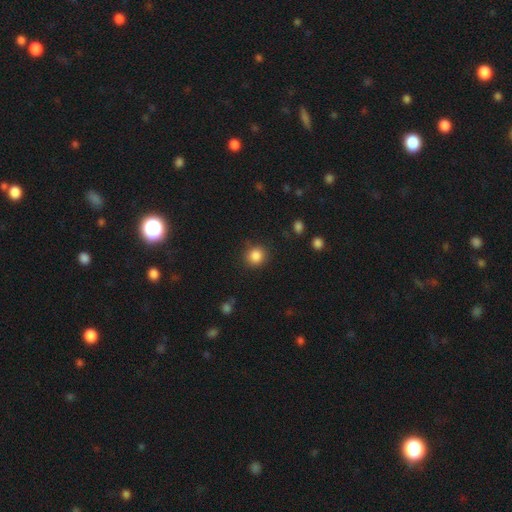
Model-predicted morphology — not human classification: A smooth galaxy with no disk features (86%) that is round (89%).

Vote fractions:
- Smooth or featured? smooth: 86% / star or artifact: 10% / featured or disk: 4%
- How rounded? round: 89% / in between: 10% / cigar-shaped: 1%
- Merging? none: 86% / minor disturbance: 9% / major disturbance: 3% / merger: 2%